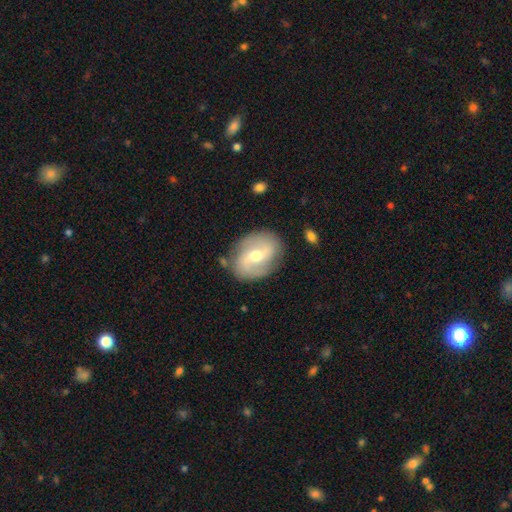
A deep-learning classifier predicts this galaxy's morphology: featured or disk 71%, smooth 23%, star or artifact 6%. Down the decision tree: edge-on disk — no (96%); bar — weak (48%); spiral arms — yes (84%); spiral arm count — 2 (87%); spiral winding — medium (43%); bulge size — moderate (69%); merging — none (80%).